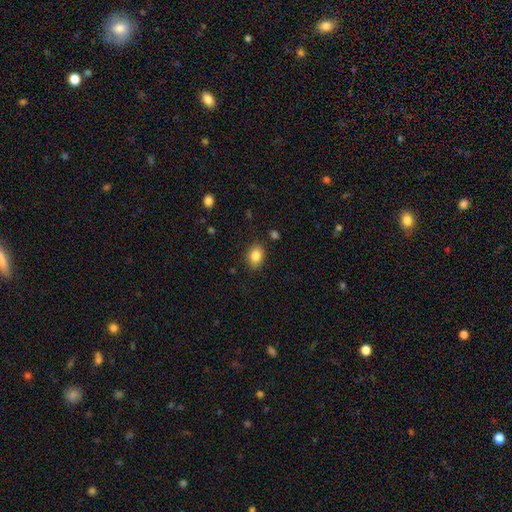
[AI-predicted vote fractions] Smooth or featured? Predicted: smooth (p=0.85). How rounded? Predicted: in between (p=0.68). Merging? Predicted: none (p=0.85).